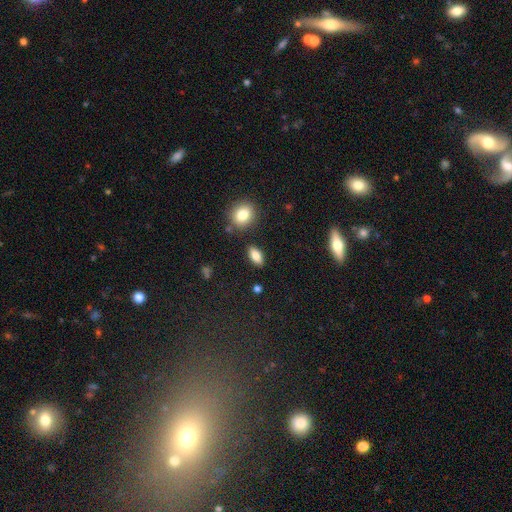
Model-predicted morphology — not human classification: smooth_or_featured: smooth (p=0.82) [alt: featured or disk p=0.10]
how_rounded: in between (p=0.86) [alt: cigar-shaped p=0.09]
merging: none (p=0.85) [alt: minor disturbance p=0.09]